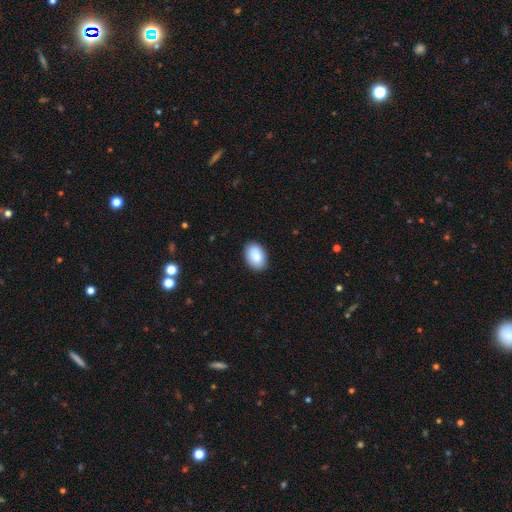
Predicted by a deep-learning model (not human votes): Q: Smooth or featured?
A: smooth (89%); runner-up: star or artifact (6%)
Q: How rounded?
A: in between (89%); runner-up: round (10%)
Q: Merging?
A: none (89%); runner-up: minor disturbance (8%)